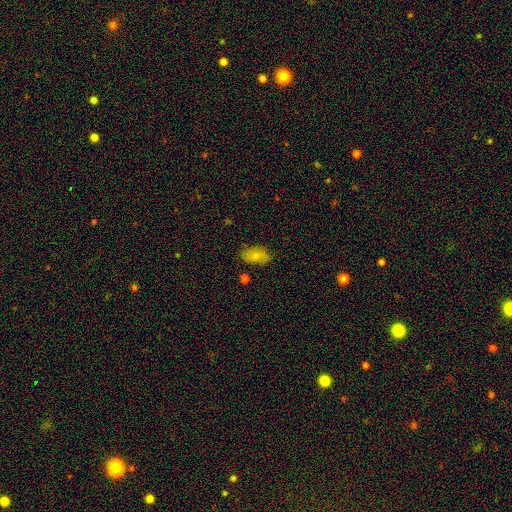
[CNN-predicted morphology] The model was most divided on "merging": none: 76%, minor disturbance: 18%, major disturbance: 4%, merger: 2%. More confident: how rounded — in between (92%); smooth or featured — smooth (79%).